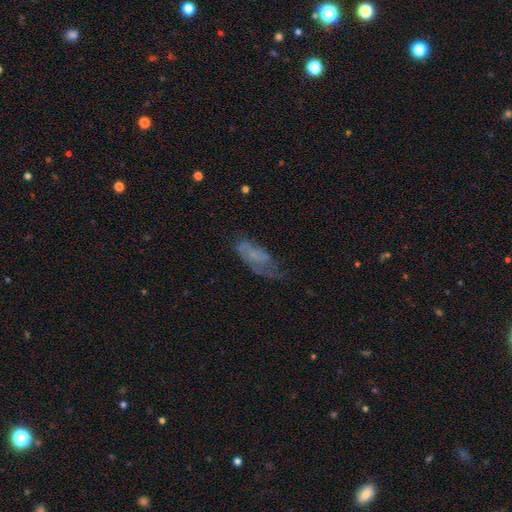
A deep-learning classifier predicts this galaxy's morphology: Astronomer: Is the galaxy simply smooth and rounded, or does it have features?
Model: featured or disk — 46% (runner-up: smooth, 44%).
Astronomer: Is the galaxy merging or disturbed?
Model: none — 38% (runner-up: major disturbance, 30%).